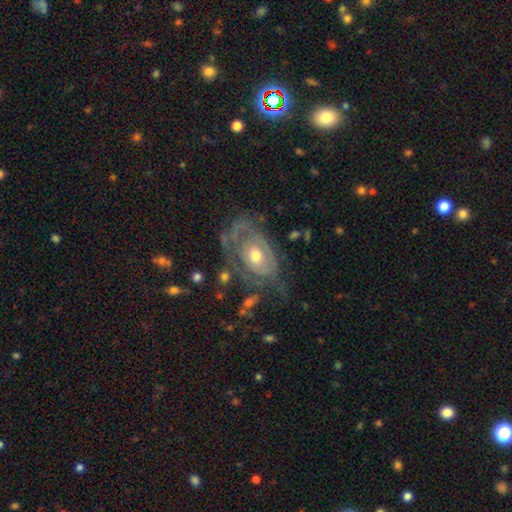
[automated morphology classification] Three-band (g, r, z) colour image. It shows a featured or disk galaxy (74%) with no bar (83%), spiral arms (64%) and a moderate central bulge (68%). Merging: none (44%).